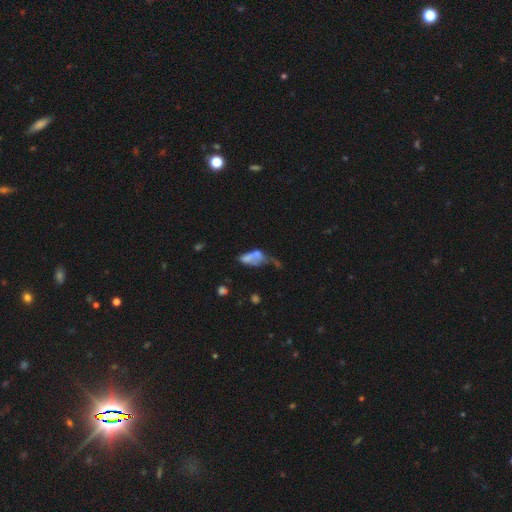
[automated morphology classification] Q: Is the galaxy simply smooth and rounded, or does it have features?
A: smooth — 51%.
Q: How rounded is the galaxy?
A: in between — 80%.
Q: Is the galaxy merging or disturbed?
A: merger — 43%.